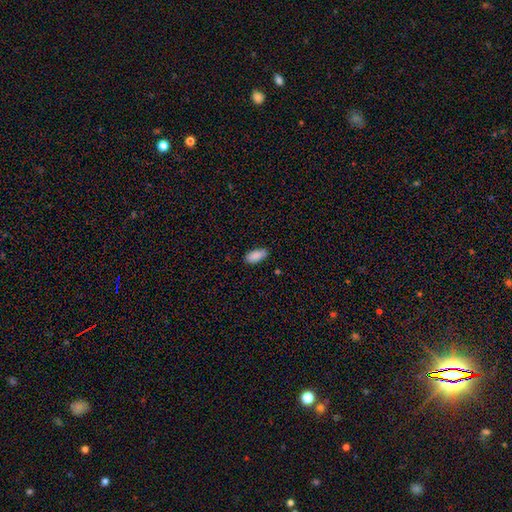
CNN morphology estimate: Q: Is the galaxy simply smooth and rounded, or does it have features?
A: smooth — 89%.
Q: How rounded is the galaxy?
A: in between — 88%.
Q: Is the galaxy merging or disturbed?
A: none — 84%.